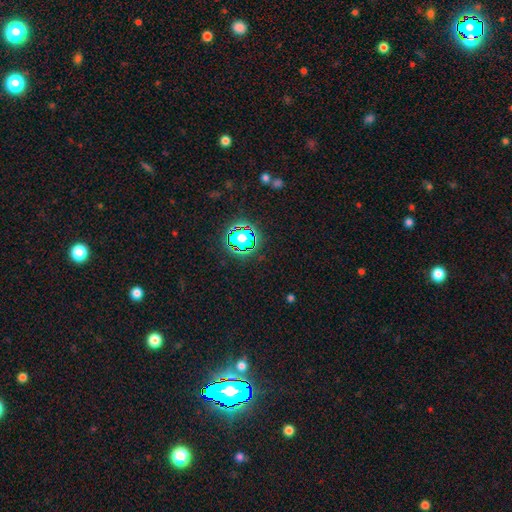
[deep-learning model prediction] A star or artifact, not a galaxy (81%).